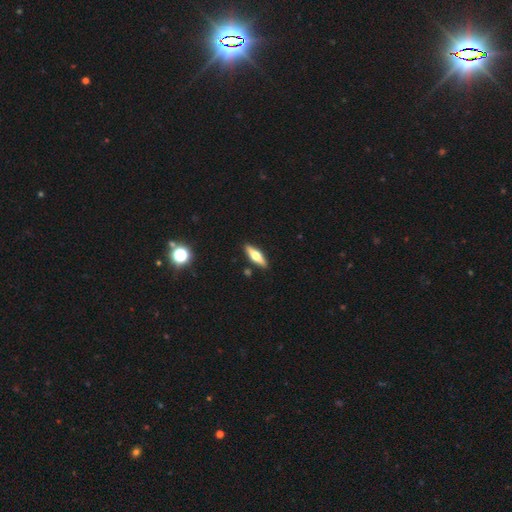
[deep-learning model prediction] A featured or disk galaxy (50%) viewed edge-on (92%).

Vote fractions:
- Smooth or featured? featured or disk: 50% / smooth: 43% / star or artifact: 6%
- Edge-on disk? yes: 92% / no: 8%
- Merging? none: 89% / minor disturbance: 7% / merger: 2% / major disturbance: 2%